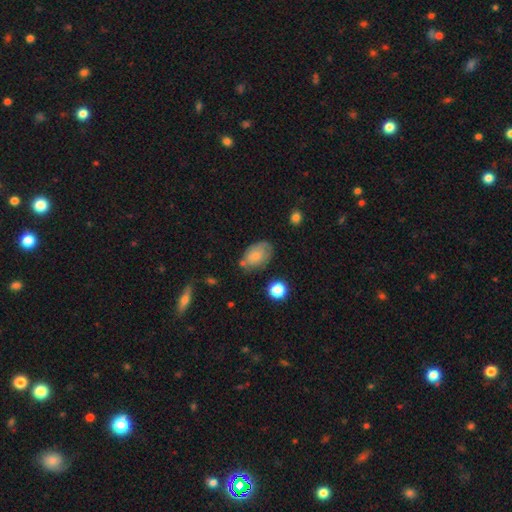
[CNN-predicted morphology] A smooth galaxy with no disk features (69%) that is in between round and cigar-shaped (87%). Merging: none (61%).